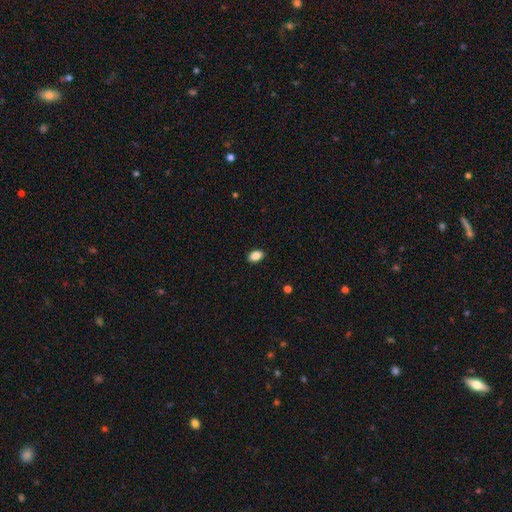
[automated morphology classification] A smooth galaxy with no disk features (86%) that is in between round and cigar-shaped (88%). Merging: none (90%).